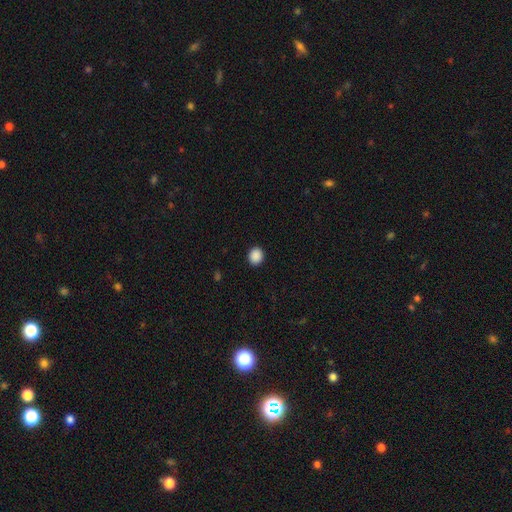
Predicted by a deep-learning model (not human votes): Morphology: type=smooth (89%); roundness=round (73%); merging=none (92%).